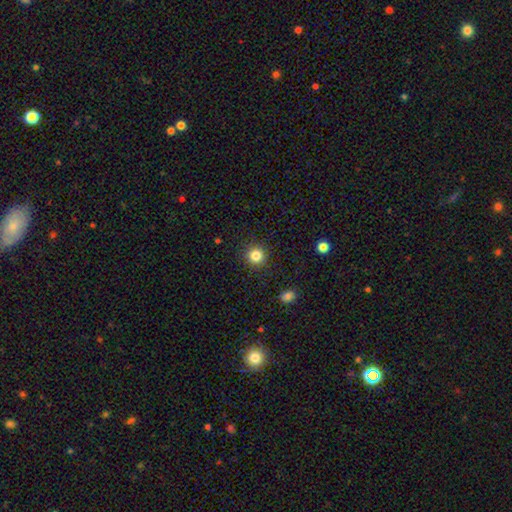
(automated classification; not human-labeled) smooth_or_featured: smooth (p=0.83) [alt: star or artifact p=0.12]
how_rounded: round (p=0.94) [alt: in between p=0.05]
merging: none (p=0.91) [alt: minor disturbance p=0.06]